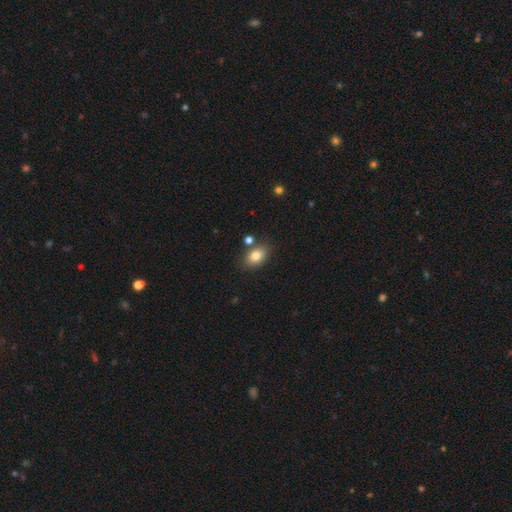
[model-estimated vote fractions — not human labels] smooth_or_featured: smooth (p=0.81) [alt: featured or disk p=0.10]
how_rounded: in between (p=0.84) [alt: round p=0.15]
merging: none (p=0.77) [alt: minor disturbance p=0.12]